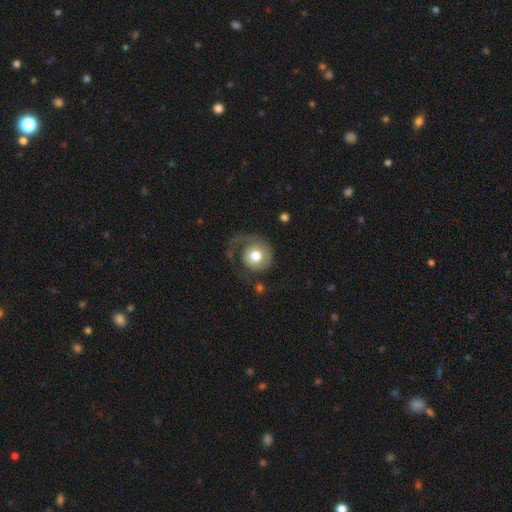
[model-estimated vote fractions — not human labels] Smooth or featured: smooth — 48% (featured or disk — 46%)
Merging: none — 41% (major disturbance — 40%)